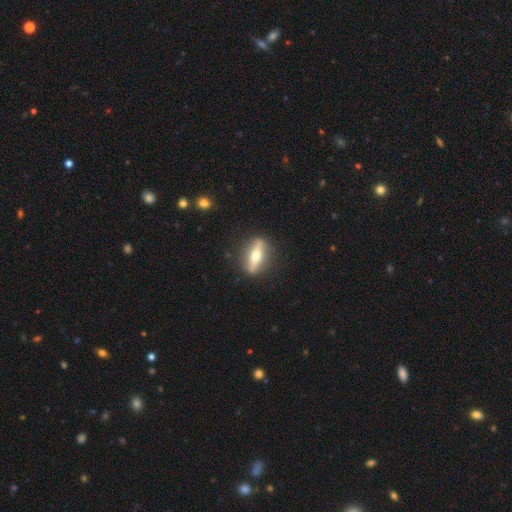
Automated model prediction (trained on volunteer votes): Morphology: type=featured or disk (62%); edge-on=yes (79%); merging=none (87%).